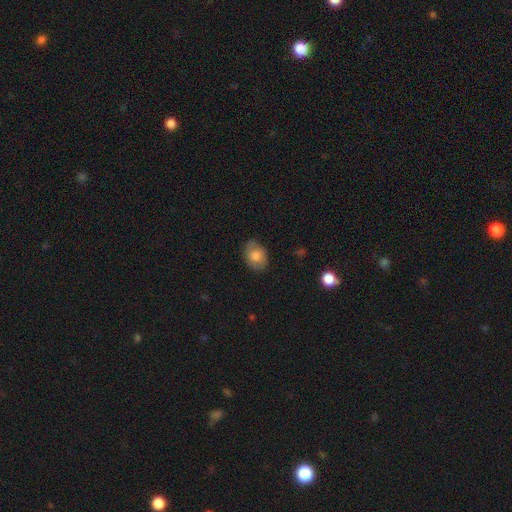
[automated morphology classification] Smooth or featured?
  - smooth: 75% *
  - featured or disk: 17%
  - star or artifact: 8%
How rounded?
  - in between: 73% *
  - round: 26%
  - cigar-shaped: 1%
Merging?
  - none: 78% *
  - minor disturbance: 17%
  - major disturbance: 4%
  - merger: 1%